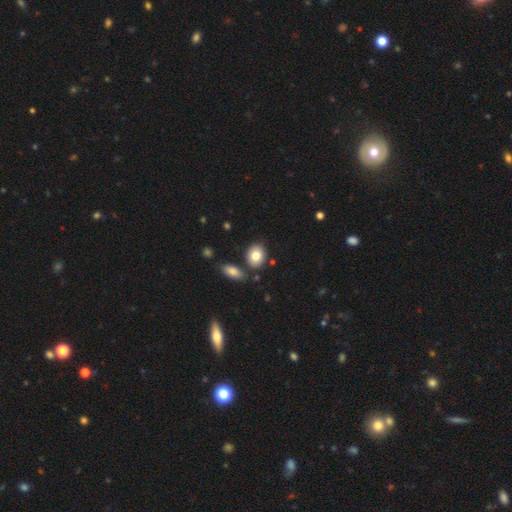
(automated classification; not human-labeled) Smooth or featured: smooth — 82% (featured or disk — 10%)
How rounded: in between — 61% (round — 38%)
Merging: none — 76% (minor disturbance — 11%)